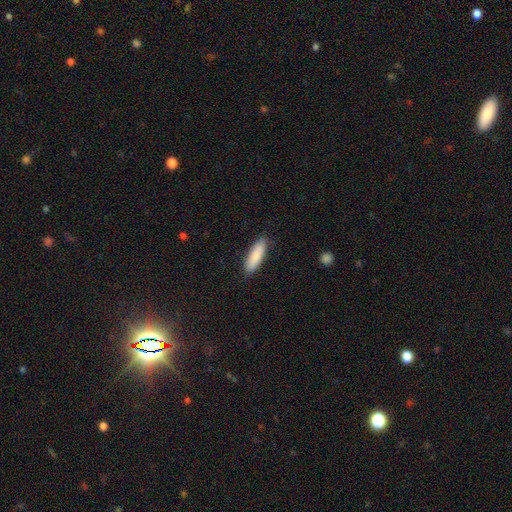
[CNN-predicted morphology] smooth-or-featured: smooth: 84% | featured or disk: 10% | star or artifact: 6%
  how-rounded: in between: 52% | cigar-shaped: 46% | round: 2%
  merging: none: 87% | minor disturbance: 10% | major disturbance: 2% | merger: 1%